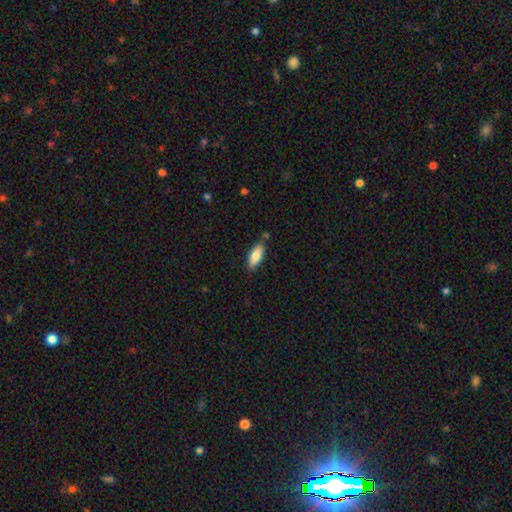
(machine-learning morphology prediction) smooth-or-featured: smooth: 83% | featured or disk: 10% | star or artifact: 6%
  how-rounded: in between: 73% | cigar-shaped: 25% | round: 2%
  merging: none: 77% | minor disturbance: 15% | merger: 6% | major disturbance: 3%